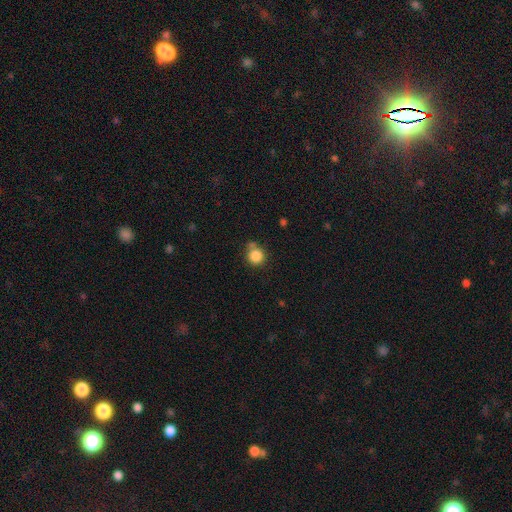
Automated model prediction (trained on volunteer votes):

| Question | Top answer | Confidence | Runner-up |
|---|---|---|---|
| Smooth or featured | smooth | 85% | star or artifact (10%) |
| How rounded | round | 91% | in between (8%) |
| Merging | none | 64% | merger (16%) |